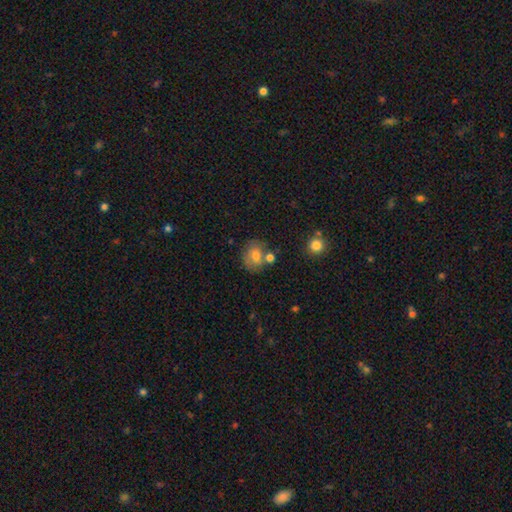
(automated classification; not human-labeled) The model was most divided on "how rounded": round: 67%, in between: 32%, cigar-shaped: 1%. More confident: smooth or featured — smooth (71%); merging — none (58%).